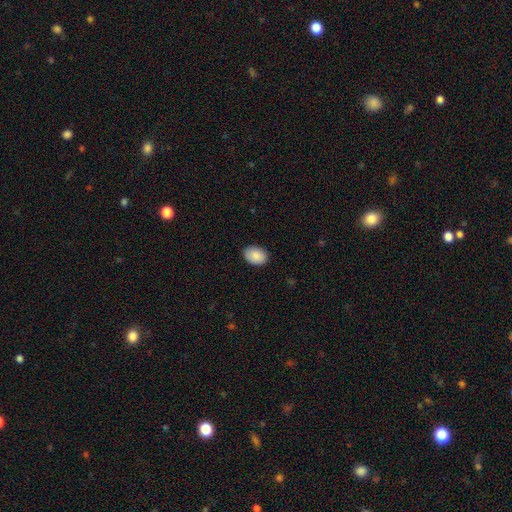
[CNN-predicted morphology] smooth 88%, star or artifact 7%, featured or disk 5%. Down the decision tree: how rounded — in between (79%); merging — none (88%).